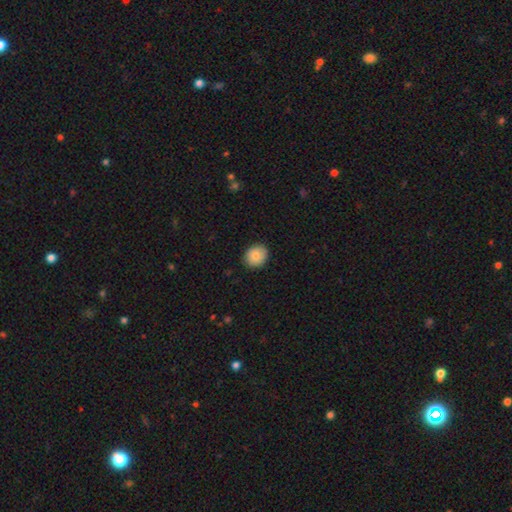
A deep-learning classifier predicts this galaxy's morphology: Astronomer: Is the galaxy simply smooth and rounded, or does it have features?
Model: smooth — 84%.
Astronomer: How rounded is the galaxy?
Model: round — 71%.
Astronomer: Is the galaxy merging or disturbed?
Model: none — 88%.